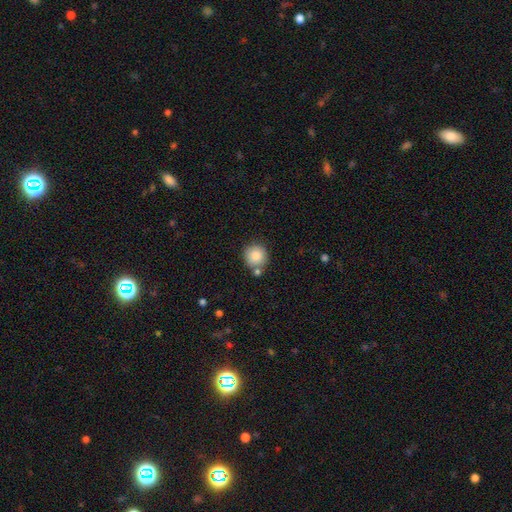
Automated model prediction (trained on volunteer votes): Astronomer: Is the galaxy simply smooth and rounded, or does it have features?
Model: smooth — 86%.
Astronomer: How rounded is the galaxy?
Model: round — 91%.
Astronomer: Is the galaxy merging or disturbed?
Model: none — 73%.